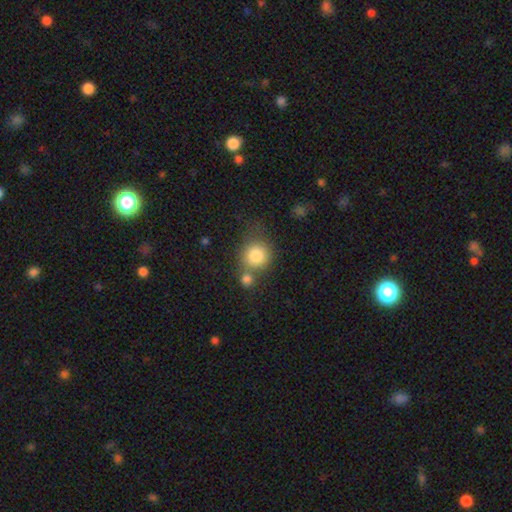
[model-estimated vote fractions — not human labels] A smooth galaxy with no disk features (81%) that is round (86%). Merging: none (50%).